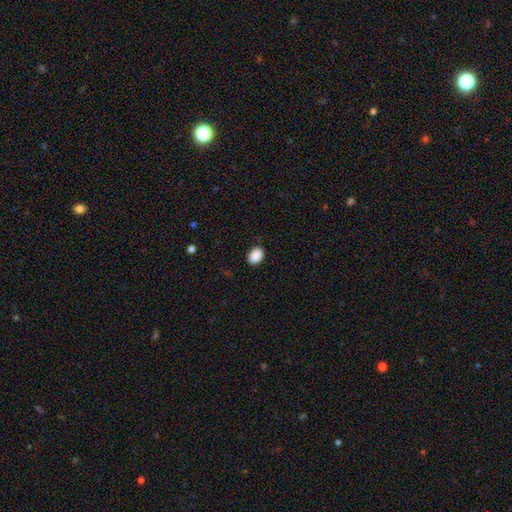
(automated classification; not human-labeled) This appears to be a smooth galaxy with no disk features (90%) that is in between round and cigar-shaped (75%). Merging: none (88%).